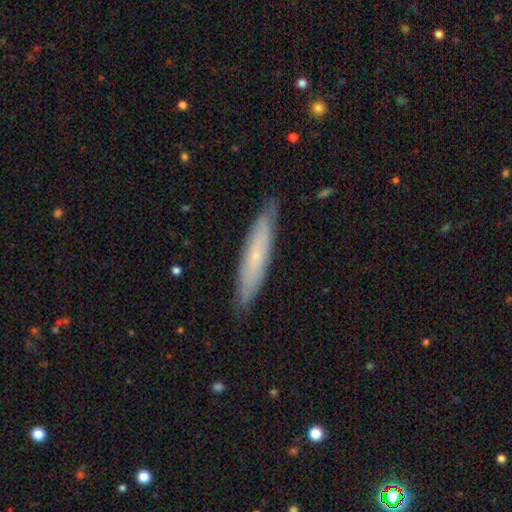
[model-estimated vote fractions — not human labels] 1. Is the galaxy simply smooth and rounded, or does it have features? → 49% smooth, 45% featured or disk, 6% star or artifact.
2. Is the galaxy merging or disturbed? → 85% none, 12% minor disturbance, 2% major disturbance, 1% merger.